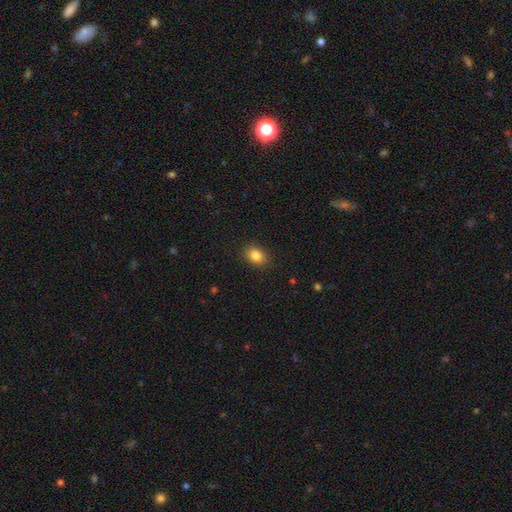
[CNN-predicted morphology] Smooth or featured? smooth (85%)
How rounded? in between (70%)
Merging? none (88%)